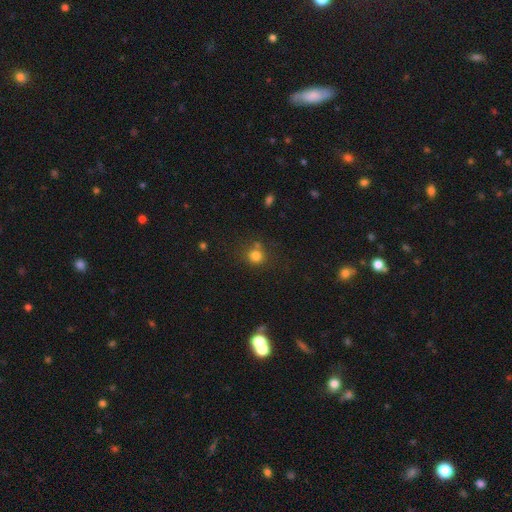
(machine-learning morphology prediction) smooth_or_featured: smooth (p=0.79) [alt: star or artifact p=0.15]
how_rounded: round (p=0.87) [alt: in between p=0.12]
merging: none (p=0.70) [alt: merger p=0.13]